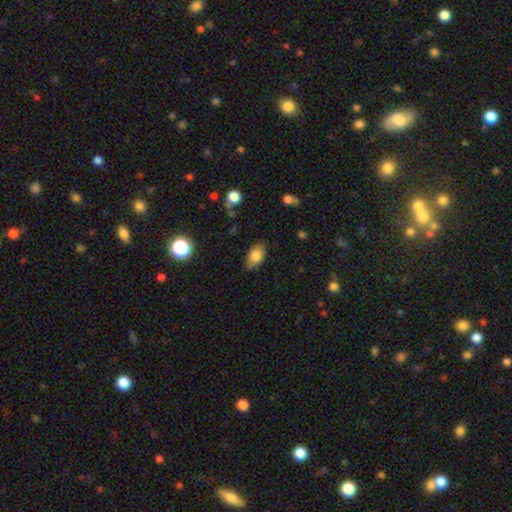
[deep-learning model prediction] Smooth or featured? Predicted: smooth (p=0.80). How rounded? Predicted: in between (p=0.91). Merging? Predicted: none (p=0.81).